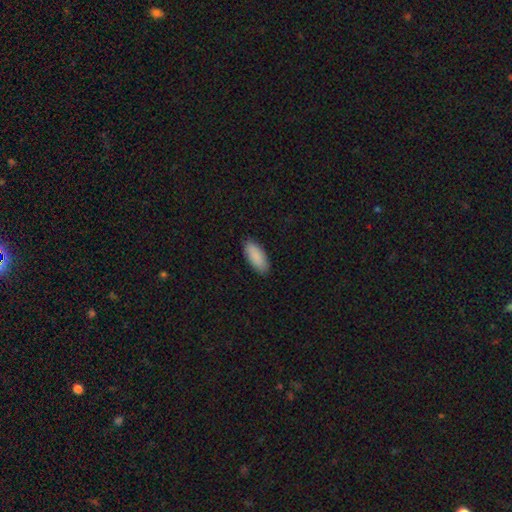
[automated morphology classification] A smooth galaxy with no disk features (90%) that is in between round and cigar-shaped (87%). Merging: none (88%).